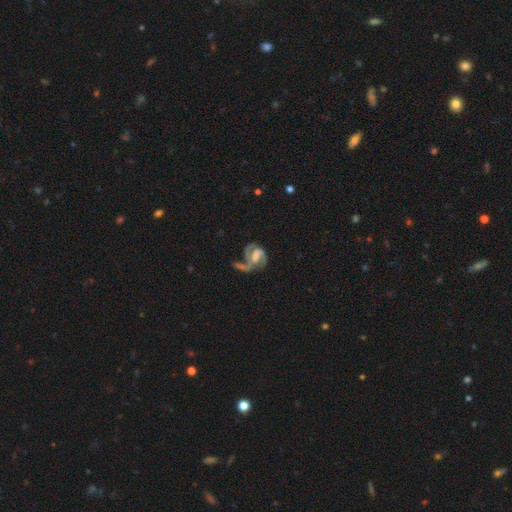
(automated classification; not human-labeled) Overall: featured or disk (84%). Edge-on disk: no (98%). Bar: weak (47%; no 28%). Spiral arms: yes (94%). Spiral arm count: 2 (50%; 3 27%). Spiral winding: medium (52%; tight 24%). Bulge size: moderate (43%; small 26%). Merging: none (34%; major disturbance 31%).